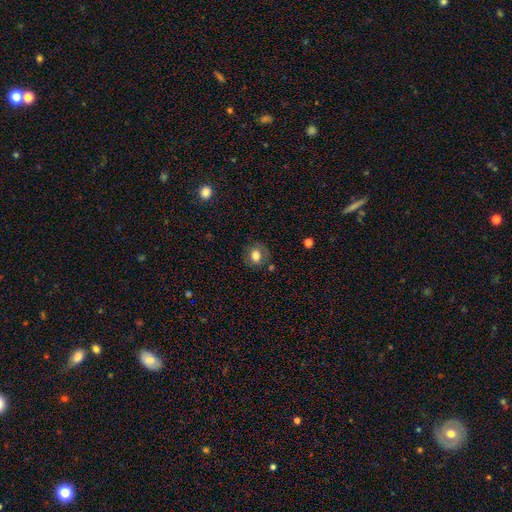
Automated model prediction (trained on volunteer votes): A smooth galaxy with no disk features (74%) that is round (64%). Merging: none (74%).